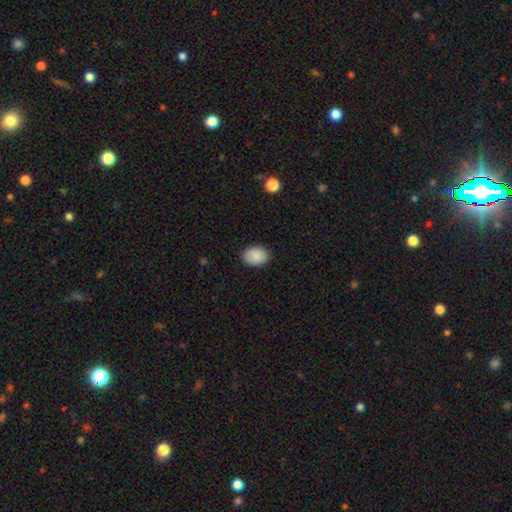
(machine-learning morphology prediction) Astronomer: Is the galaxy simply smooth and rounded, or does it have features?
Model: smooth — 89%.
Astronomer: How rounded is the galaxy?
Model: in between — 71%.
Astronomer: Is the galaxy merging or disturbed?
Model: none — 88%.